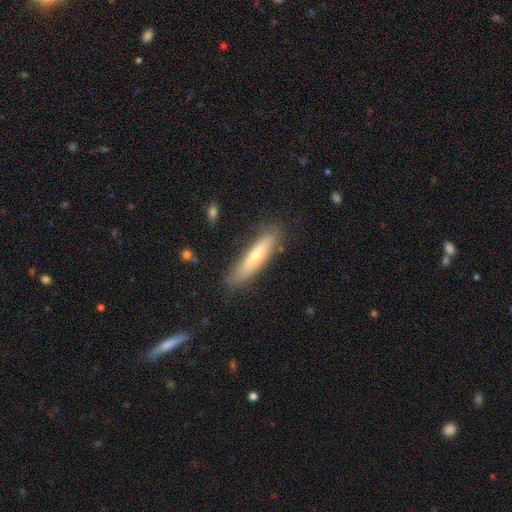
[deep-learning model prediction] smooth-or-featured: smooth: 63% | featured or disk: 31% | star or artifact: 6%
  how-rounded: cigar-shaped: 81% | in between: 17% | round: 1%
  merging: none: 82% | minor disturbance: 14% | major disturbance: 3% | merger: 2%